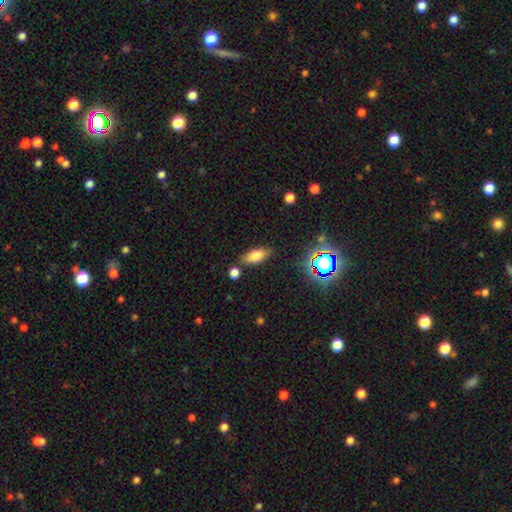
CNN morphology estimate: Smooth or featured? Predicted: smooth (p=0.75). How rounded? Predicted: in between (p=0.83). Merging? Predicted: none (p=0.79).